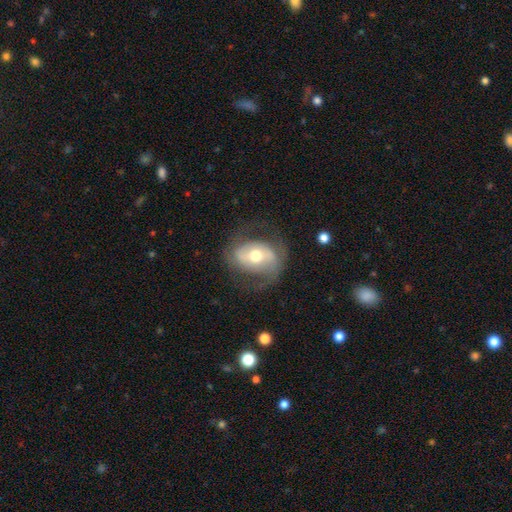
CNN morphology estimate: A featured or disk galaxy (69%) with a weak bar (35%), spiral arms (76%) and a moderate central bulge (72%). Merging: none (63%).